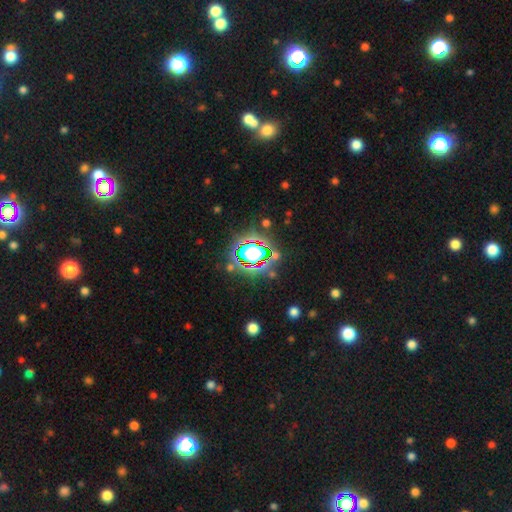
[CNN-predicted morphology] smooth-or-featured: star or artifact: 59% | smooth: 25% | featured or disk: 16%